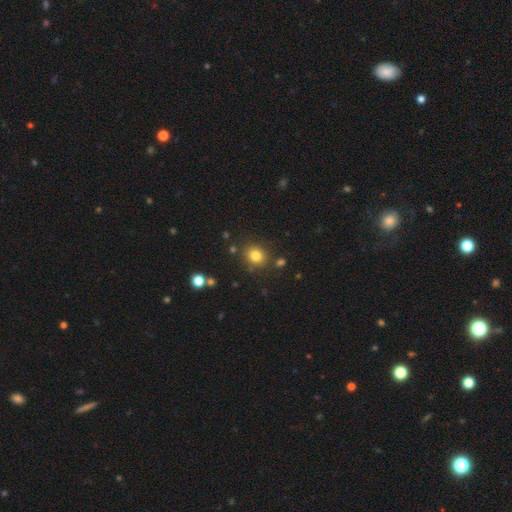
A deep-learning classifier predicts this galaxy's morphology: Overall: smooth (81%). How rounded: round (76%). Merging: none (84%).